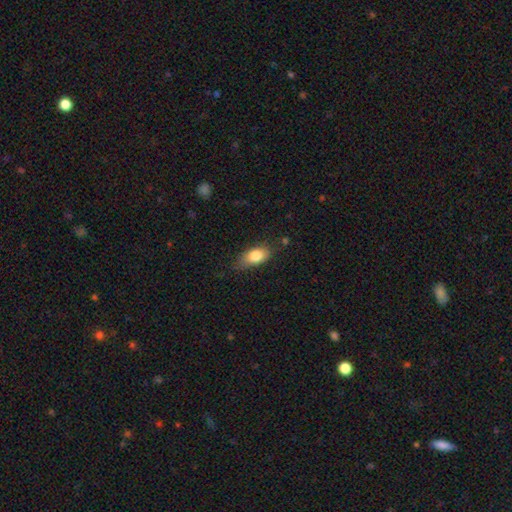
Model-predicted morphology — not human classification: Q: Smooth or featured?
A: smooth (81%); runner-up: featured or disk (11%)
Q: How rounded?
A: in between (86%); runner-up: cigar-shaped (7%)
Q: Merging?
A: none (65%); runner-up: minor disturbance (27%)